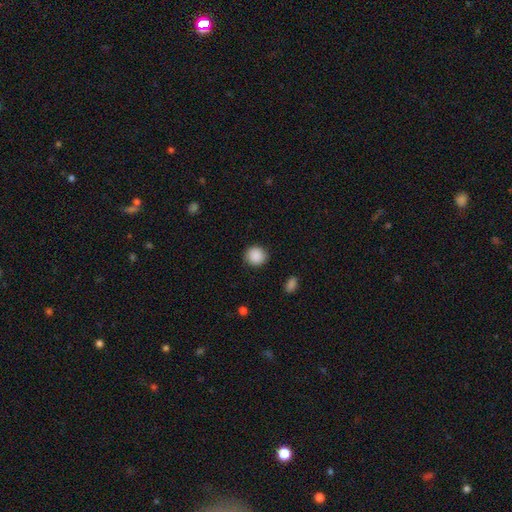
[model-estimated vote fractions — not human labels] smooth_or_featured: smooth (p=0.89) [alt: star or artifact p=0.08]
how_rounded: round (p=0.89) [alt: in between p=0.10]
merging: none (p=0.90) [alt: minor disturbance p=0.07]